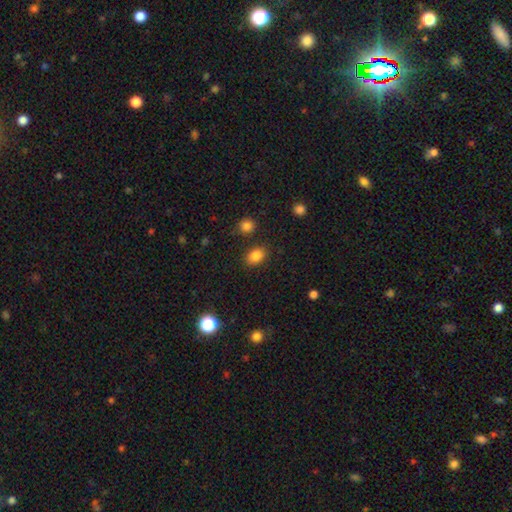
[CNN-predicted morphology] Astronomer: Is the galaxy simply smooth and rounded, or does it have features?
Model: smooth — 85%.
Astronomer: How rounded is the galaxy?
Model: in between — 71%.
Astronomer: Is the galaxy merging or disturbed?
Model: none — 81%.